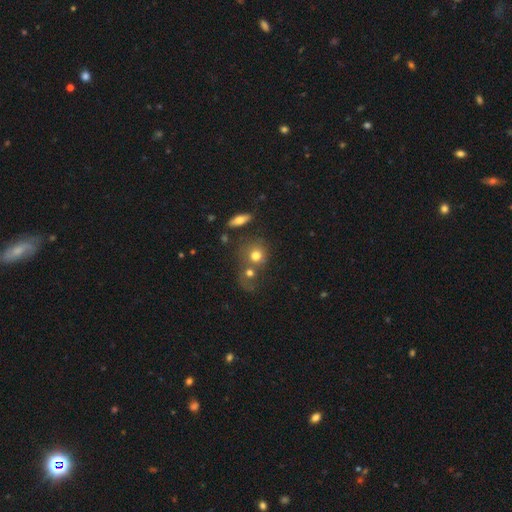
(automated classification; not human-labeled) Overall: smooth (71%). How rounded: round (80%). Merging: none (43%; merger 39%).